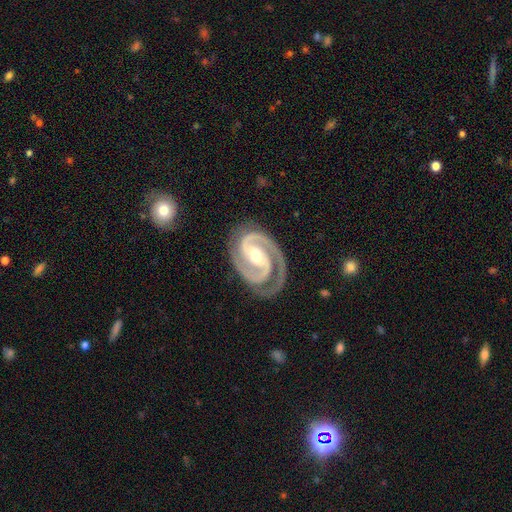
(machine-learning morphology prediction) Smooth or featured: featured or disk — 94% (star or artifact — 3%)
Edge-on disk: no — 98% (yes — 2%)
Bar: strong — 41% (weak — 34%)
Spiral arms: yes — 99% (no — 1%)
Spiral winding: tight — 60% (medium — 36%)
Spiral arm count: 2 — 93% (3 — 2%)
Bulge size: moderate — 65% (small — 30%)
Merging: none — 81% (minor disturbance — 13%)